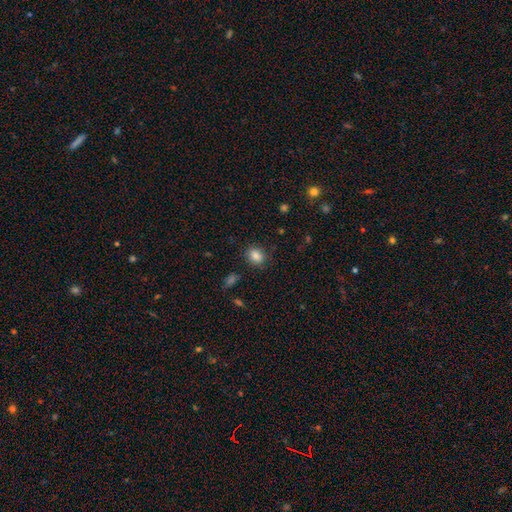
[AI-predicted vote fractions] Smooth or featured?
  - smooth: 85% *
  - star or artifact: 10%
  - featured or disk: 6%
How rounded?
  - round: 51% *
  - in between: 48%
  - cigar-shaped: 1%
Merging?
  - none: 81% *
  - minor disturbance: 13%
  - major disturbance: 4%
  - merger: 2%